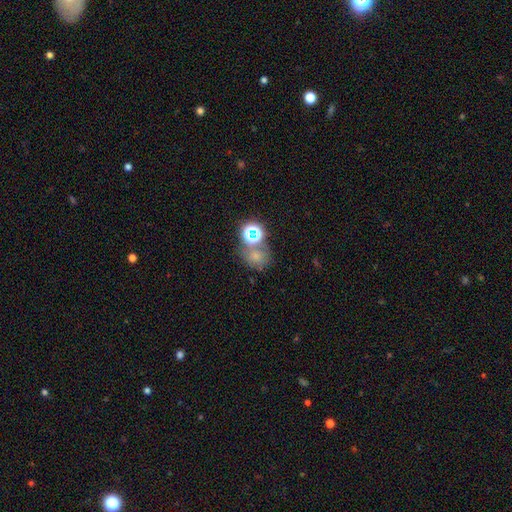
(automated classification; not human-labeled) smooth-or-featured: smooth: 59% | star or artifact: 28% | featured or disk: 13%
  how-rounded: round: 69% | in between: 30% | cigar-shaped: 1%
  merging: none: 48% | merger: 31% | minor disturbance: 13% | major disturbance: 8%